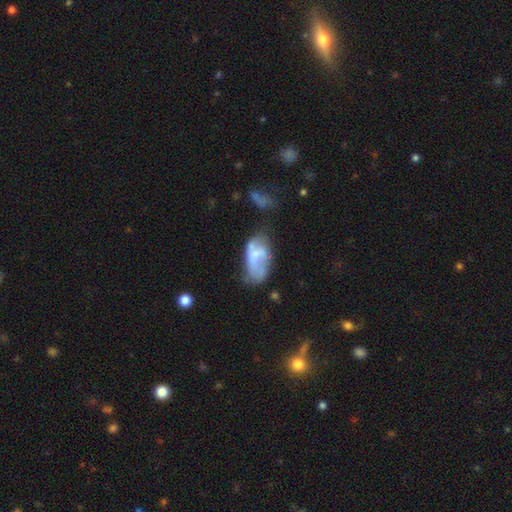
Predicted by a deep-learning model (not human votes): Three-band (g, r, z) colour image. It shows a smooth galaxy with no disk features (50%) that is in between round and cigar-shaped (93%). Merging: none (31%).